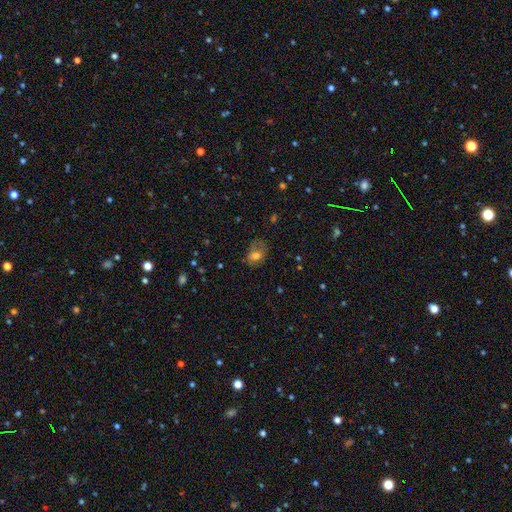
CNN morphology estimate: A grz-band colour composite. It shows a smooth galaxy with no disk features (68%) that is in between round and cigar-shaped (70%). Merging: none (37%).